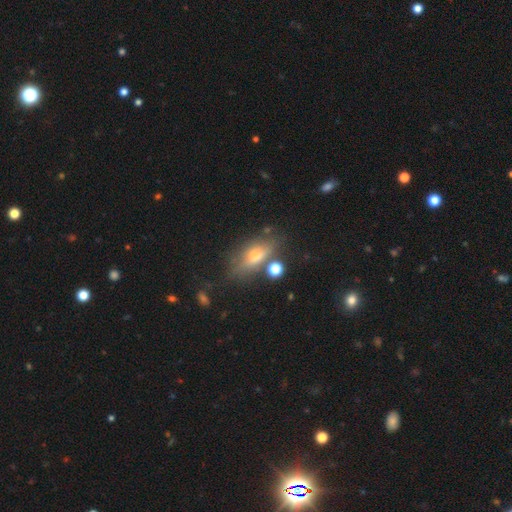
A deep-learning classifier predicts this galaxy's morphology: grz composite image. It shows a smooth galaxy with no disk features (56%) that is in between round and cigar-shaped (73%). Merging: none (66%).